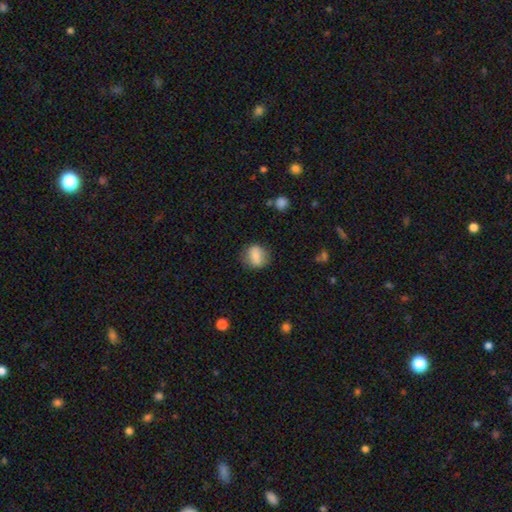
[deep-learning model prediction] smooth_or_featured: smooth (p=0.80) [alt: featured or disk p=0.13]
how_rounded: round (p=0.60) [alt: in between p=0.38]
merging: none (p=0.79) [alt: minor disturbance p=0.15]